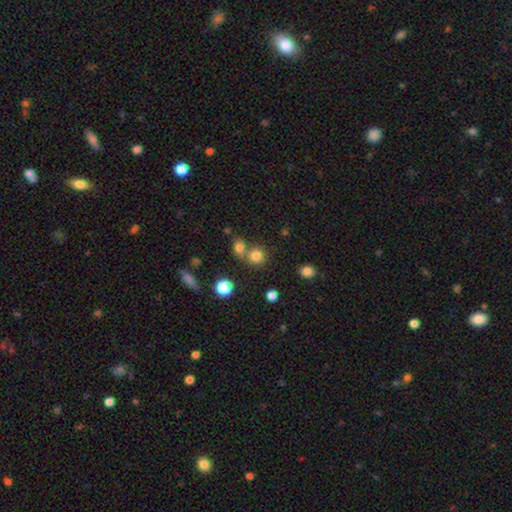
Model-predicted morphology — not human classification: This appears to be a smooth galaxy with no disk features (79%) that is round (85%). Merging: none (54%).